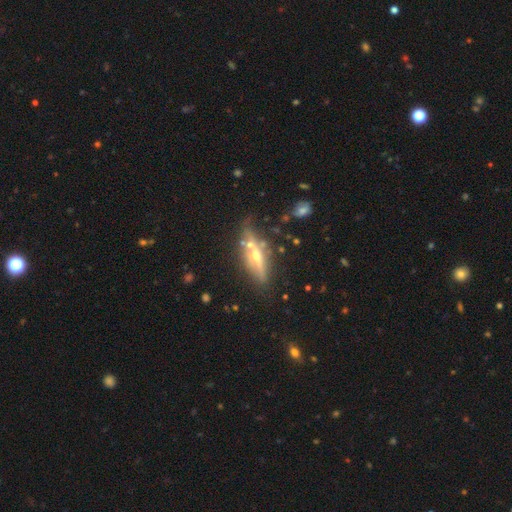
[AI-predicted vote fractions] Smooth or featured? featured or disk (70%)
Edge-on disk? yes (88%)
Edge-on bulge? rounded (88%)
Merging? none (69%)